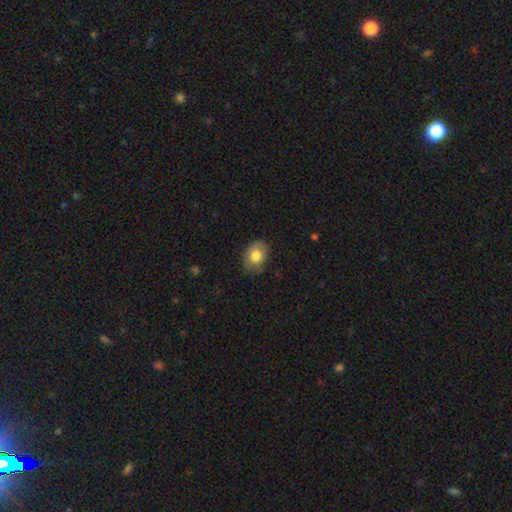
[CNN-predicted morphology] Q: Smooth or featured?
A: smooth (77%); runner-up: featured or disk (15%)
Q: How rounded?
A: in between (67%); runner-up: round (32%)
Q: Merging?
A: none (78%); runner-up: minor disturbance (17%)